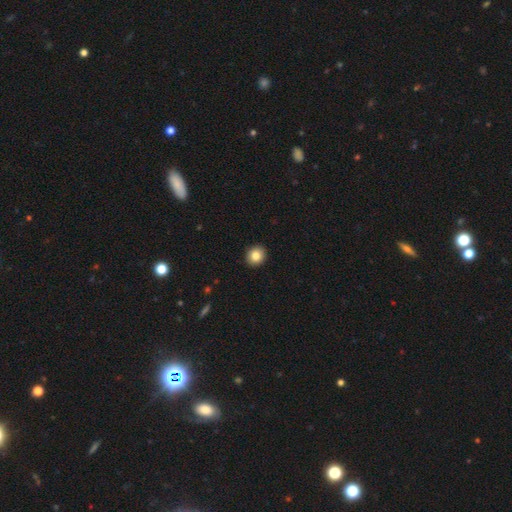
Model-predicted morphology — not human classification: Smooth or featured? smooth (85%)
How rounded? round (85%)
Merging? none (93%)